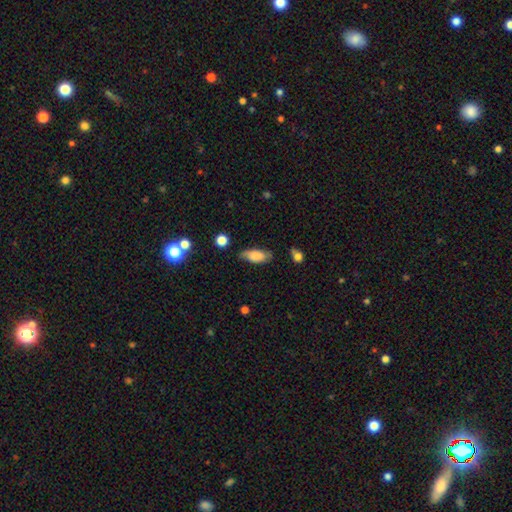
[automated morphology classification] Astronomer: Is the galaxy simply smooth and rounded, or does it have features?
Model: smooth — 73%.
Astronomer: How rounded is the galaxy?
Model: in between — 84%.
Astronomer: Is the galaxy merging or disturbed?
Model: none — 66%.